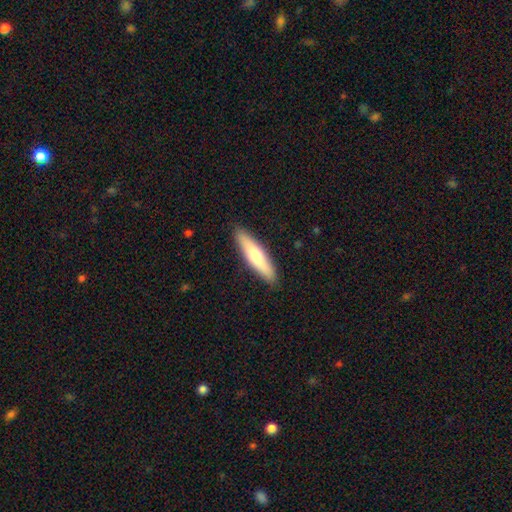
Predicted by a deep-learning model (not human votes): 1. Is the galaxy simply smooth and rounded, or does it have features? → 66% smooth, 29% featured or disk, 5% star or artifact.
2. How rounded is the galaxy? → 79% cigar-shaped, 20% in between, 1% round.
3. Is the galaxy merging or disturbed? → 90% none, 8% minor disturbance, 2% major disturbance, 1% merger.